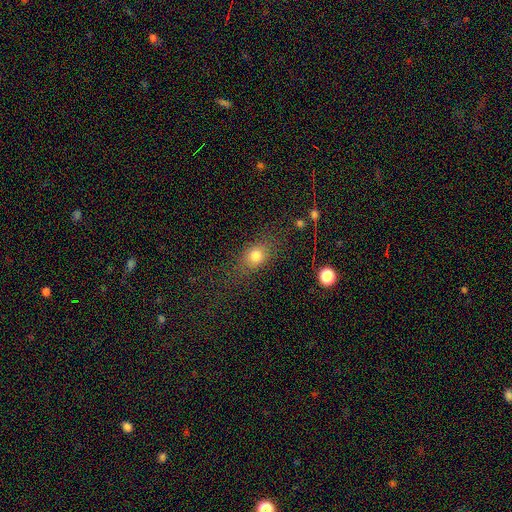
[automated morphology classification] Q: Smooth or featured?
A: smooth (75%); runner-up: star or artifact (14%)
Q: How rounded?
A: in between (54%); runner-up: round (40%)
Q: Merging?
A: none (71%); runner-up: minor disturbance (16%)